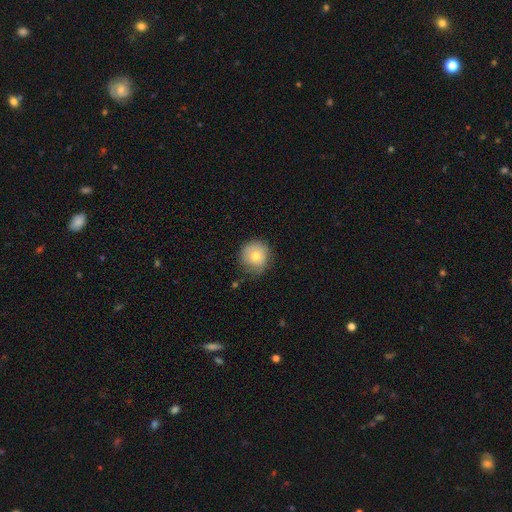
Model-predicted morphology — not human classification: Overall: smooth (73%). How rounded: round (91%). Merging: none (68%).